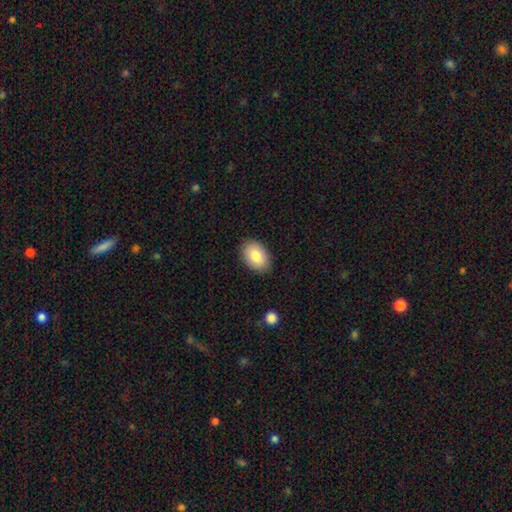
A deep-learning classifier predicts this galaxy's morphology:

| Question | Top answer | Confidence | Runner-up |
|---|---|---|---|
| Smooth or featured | smooth | 82% | featured or disk (11%) |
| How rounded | in between | 86% | round (13%) |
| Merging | none | 87% | minor disturbance (10%) |